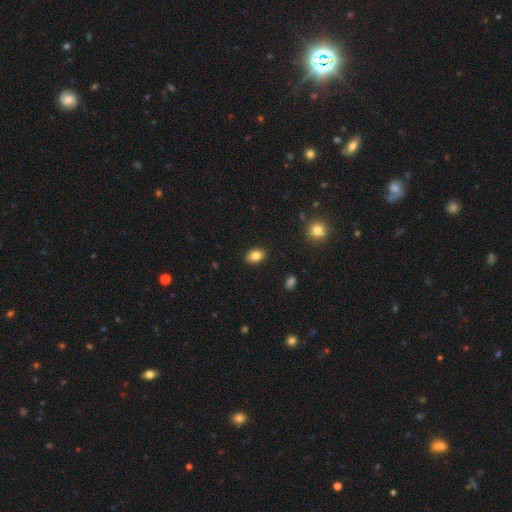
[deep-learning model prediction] smooth-or-featured: smooth: 84% | star or artifact: 9% | featured or disk: 7%
  how-rounded: in between: 85% | round: 13% | cigar-shaped: 1%
  merging: none: 89% | minor disturbance: 8% | major disturbance: 2% | merger: 1%